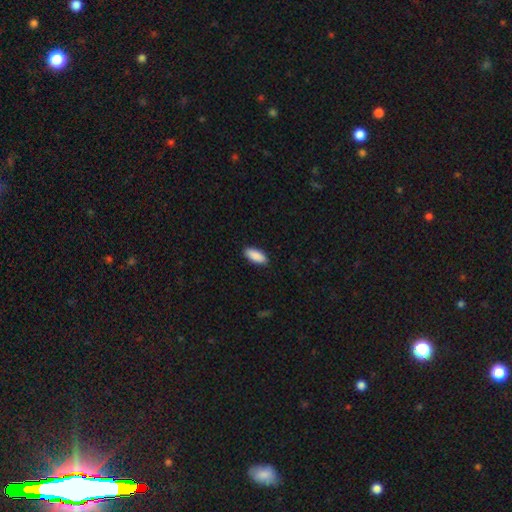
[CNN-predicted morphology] Smooth or featured? smooth (91%)
How rounded? in between (82%)
Merging? none (90%)